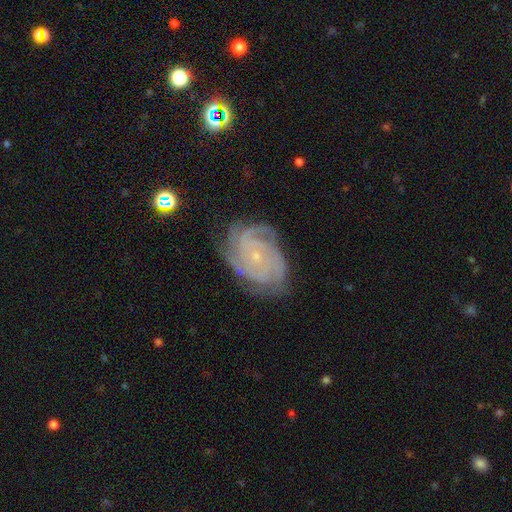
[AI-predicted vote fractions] This appears to be a featured or disk galaxy (85%) with no bar (76%), 4 (34%) tight (74%) spiral arms (98%) and a small central bulge (82%). Merging: none (77%).